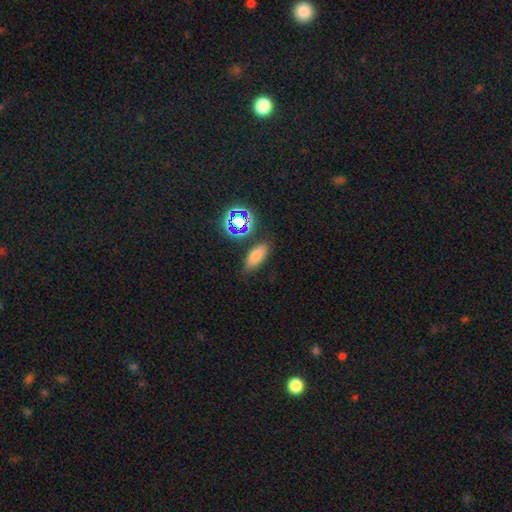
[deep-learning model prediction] Smooth or featured: smooth — 72% (star or artifact — 18%)
How rounded: in between — 76% (cigar-shaped — 17%)
Merging: none — 79% (minor disturbance — 13%)